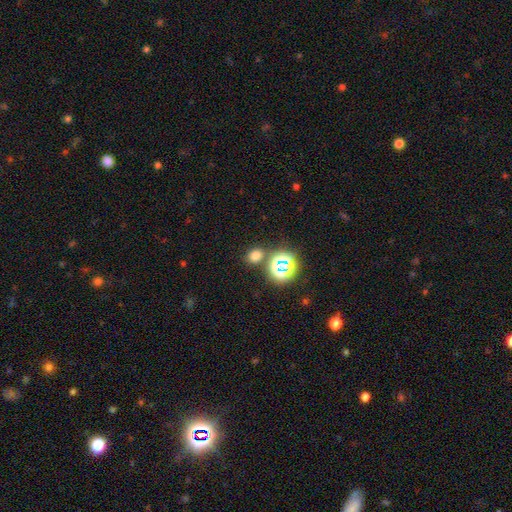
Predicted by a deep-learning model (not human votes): smooth 67%, star or artifact 27%, featured or disk 6%. Down the decision tree: how rounded — round (57%); merging — none (79%).